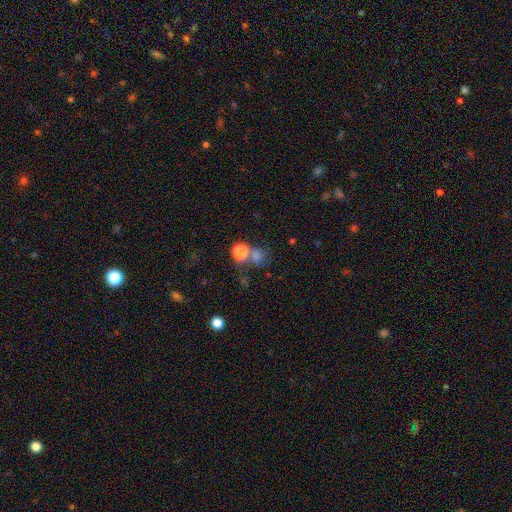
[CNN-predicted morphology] The model was most divided on "merging": none: 53%, merger: 27%, minor disturbance: 11%, major disturbance: 9%. More confident: how rounded — round (79%); smooth or featured — smooth (62%).